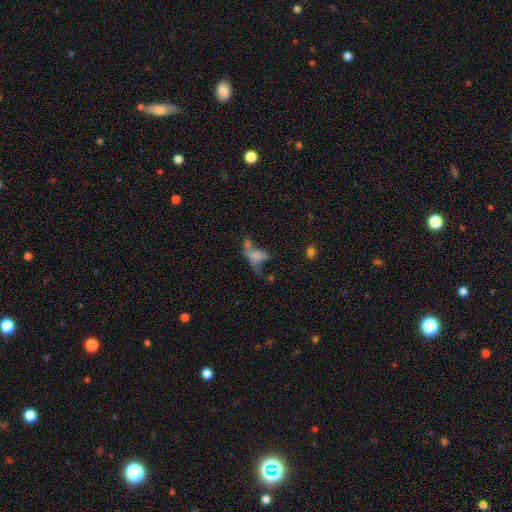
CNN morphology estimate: Smooth or featured: smooth — 52% (featured or disk — 32%)
How rounded: in between — 74% (cigar-shaped — 18%)
Merging: merger — 37% (major disturbance — 30%)